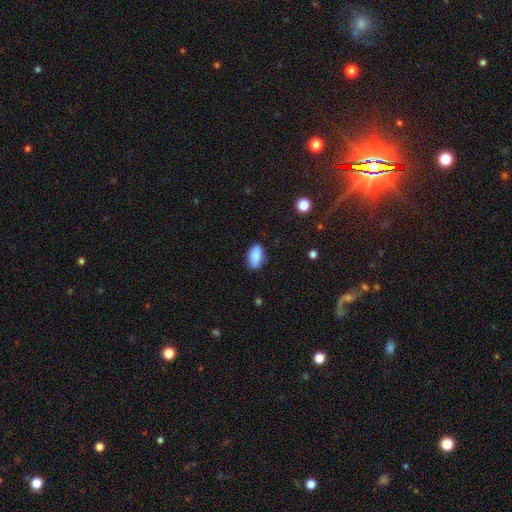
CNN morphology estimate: type=smooth (88%); roundness=in between (92%); merging=none (81%).